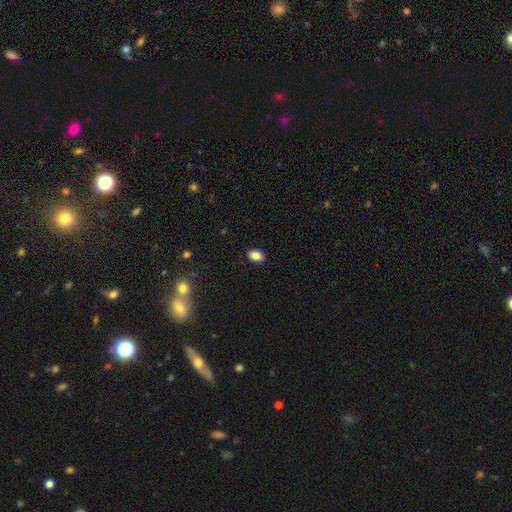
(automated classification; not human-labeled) Morphology: type=smooth (86%); roundness=in between (84%); merging=none (89%).